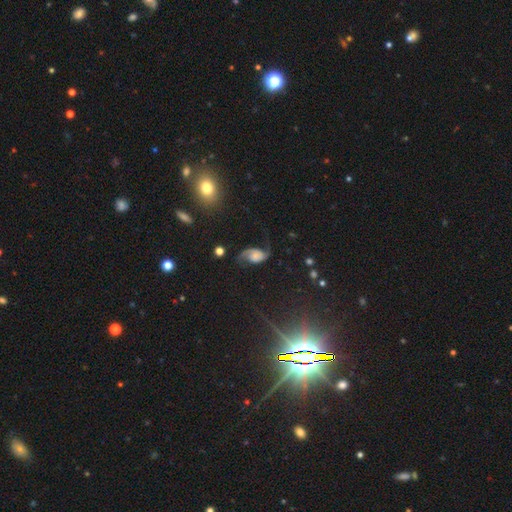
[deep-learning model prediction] Smooth or featured?
  - featured or disk: 81% *
  - smooth: 10%
  - star or artifact: 8%
Edge-on disk?
  - no: 97% *
  - yes: 3%
Bar?
  - no: 69% *
  - weak: 25%
  - strong: 7%
Spiral arms?
  - yes: 97% *
  - no: 3%
Spiral winding?
  - loose: 54% *
  - medium: 36%
  - tight: 10%
Spiral arm count?
  - 2: 91% *
  - 1: 4%
  - can't tell: 2%
  - 3: 1%
  - 4: 1%
  - more than 4: 1%
Bulge size?
  - small: 39% *
  - moderate: 26%
  - none: 21%
  - large: 10%
  - dominant: 4%
Merging?
  - none: 65% *
  - minor disturbance: 19%
  - major disturbance: 14%
  - merger: 2%